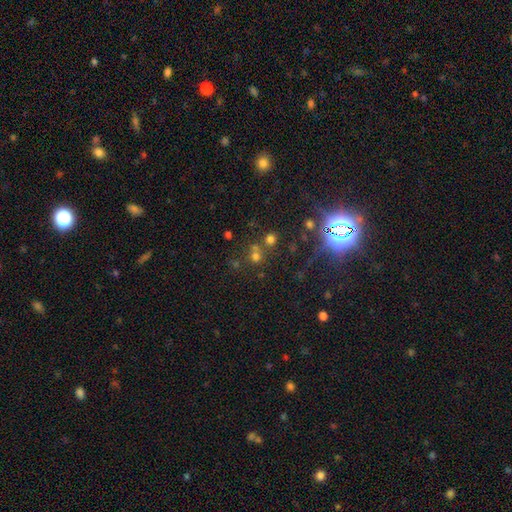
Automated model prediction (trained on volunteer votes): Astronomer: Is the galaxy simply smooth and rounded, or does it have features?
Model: smooth — 46% (runner-up: star or artifact, 43%).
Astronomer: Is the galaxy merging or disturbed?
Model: none — 59%.